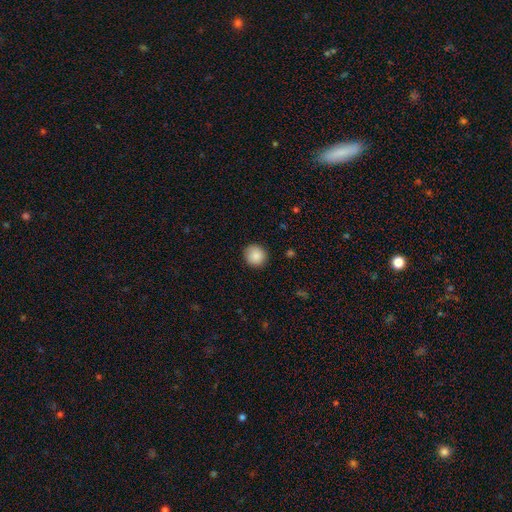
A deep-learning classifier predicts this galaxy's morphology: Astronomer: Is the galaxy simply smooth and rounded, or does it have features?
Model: smooth — 88%.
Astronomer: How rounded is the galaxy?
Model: round — 91%.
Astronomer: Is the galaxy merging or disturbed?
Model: none — 89%.